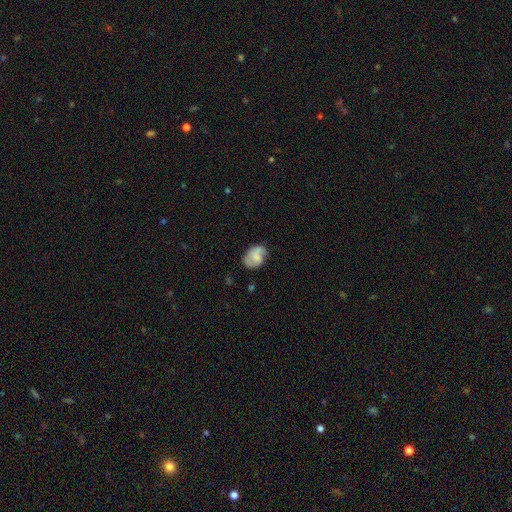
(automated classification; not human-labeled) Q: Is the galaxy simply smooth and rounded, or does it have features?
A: smooth — 54%.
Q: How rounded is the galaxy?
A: in between — 72%.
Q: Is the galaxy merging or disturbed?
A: none — 60%.